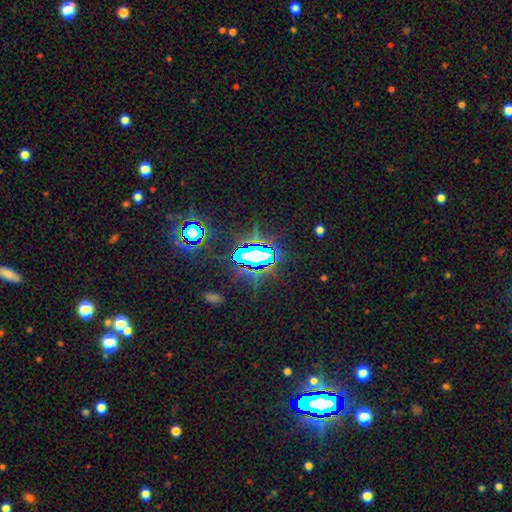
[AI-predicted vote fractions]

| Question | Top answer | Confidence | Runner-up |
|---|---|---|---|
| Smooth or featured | star or artifact | 71% | featured or disk (15%) |